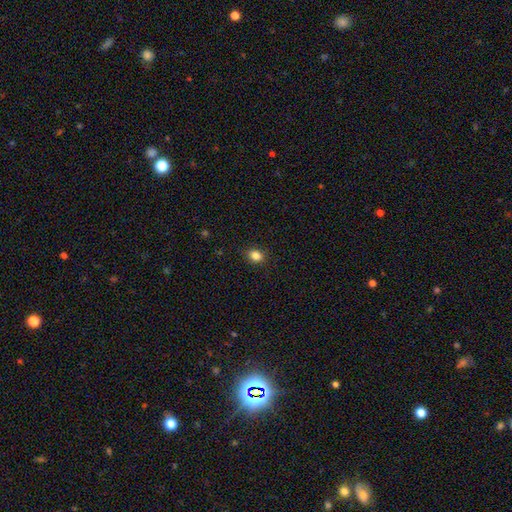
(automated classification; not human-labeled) Q: Smooth or featured?
A: smooth (84%); runner-up: star or artifact (11%)
Q: How rounded?
A: in between (52%); runner-up: round (47%)
Q: Merging?
A: none (88%); runner-up: minor disturbance (9%)